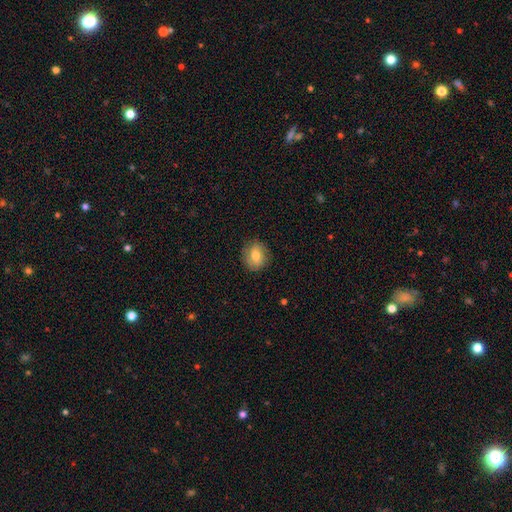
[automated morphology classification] Smooth or featured: smooth — 70% (featured or disk — 21%)
How rounded: round — 69% (in between — 30%)
Merging: none — 82% (minor disturbance — 13%)